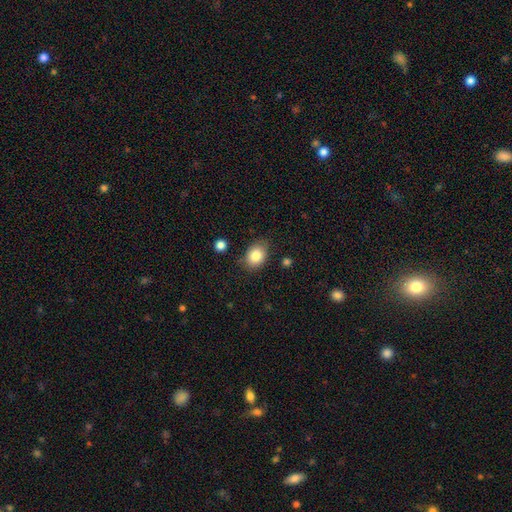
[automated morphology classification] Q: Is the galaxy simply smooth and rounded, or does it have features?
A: smooth — 84%.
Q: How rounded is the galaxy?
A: in between — 68%.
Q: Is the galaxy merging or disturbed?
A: none — 75%.